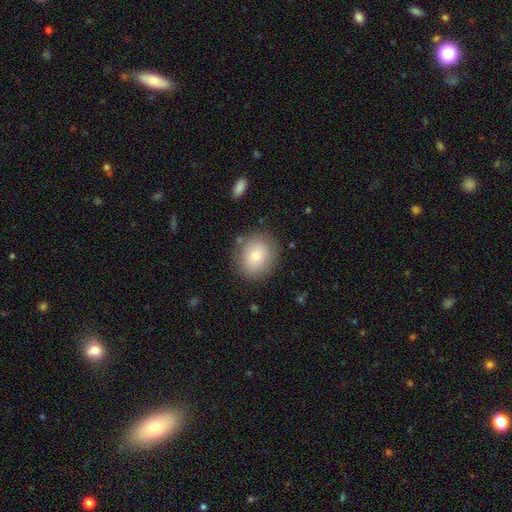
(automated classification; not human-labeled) Overall: smooth (77%). How rounded: round (74%). Merging: none (82%).